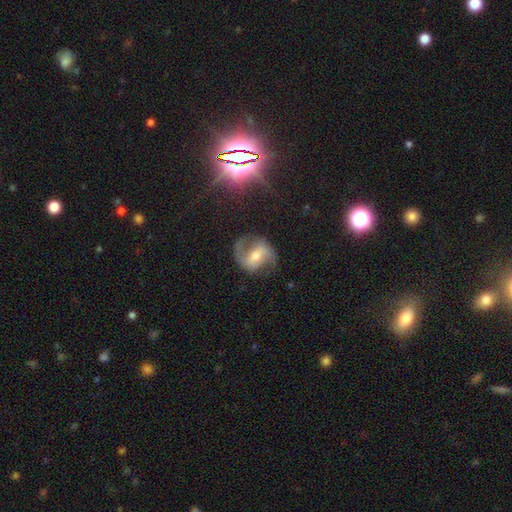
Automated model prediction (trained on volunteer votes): Smooth or featured?
  - featured or disk: 77% *
  - smooth: 13%
  - star or artifact: 10%
Edge-on disk?
  - no: 97% *
  - yes: 3%
Bar?
  - strong: 42% *
  - weak: 40%
  - no: 18%
Spiral arms?
  - yes: 92% *
  - no: 8%
Spiral winding?
  - medium: 50% *
  - loose: 31%
  - tight: 19%
Spiral arm count?
  - 2: 88% *
  - can't tell: 5%
  - 1: 4%
  - 3: 1%
  - 4: 1%
  - more than 4: 1%
Bulge size?
  - moderate: 56% *
  - small: 35%
  - large: 5%
  - none: 3%
  - dominant: 1%
Merging?
  - none: 73% *
  - minor disturbance: 16%
  - major disturbance: 10%
  - merger: 2%